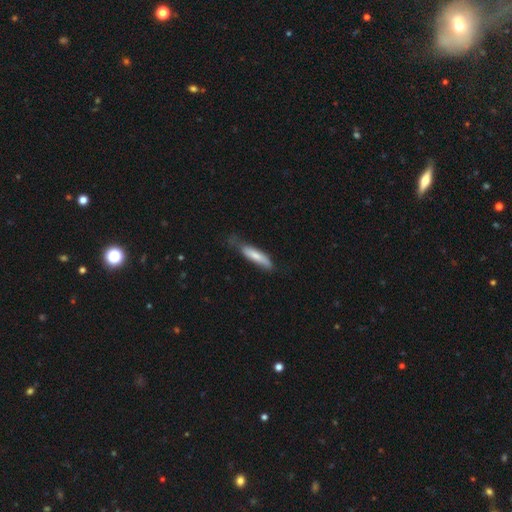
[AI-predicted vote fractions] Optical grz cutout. It shows a smooth galaxy with no disk features (74%) that is cigar-shaped (77%). Merging: none (52%).